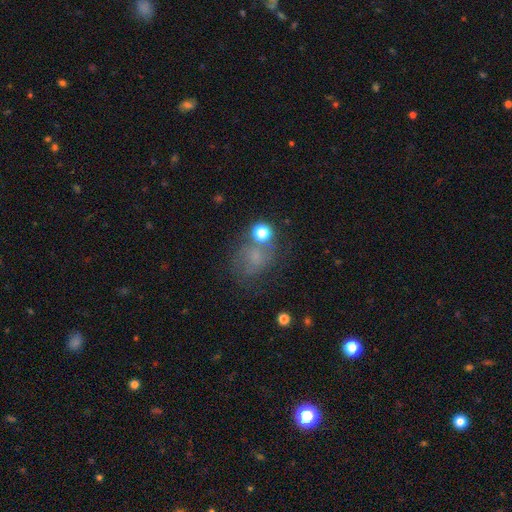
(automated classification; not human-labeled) Smooth or featured?
  - smooth: 51% *
  - star or artifact: 25%
  - featured or disk: 24%
How rounded?
  - round: 60% *
  - in between: 39%
  - cigar-shaped: 1%
Merging?
  - none: 51% *
  - minor disturbance: 20%
  - major disturbance: 17%
  - merger: 13%